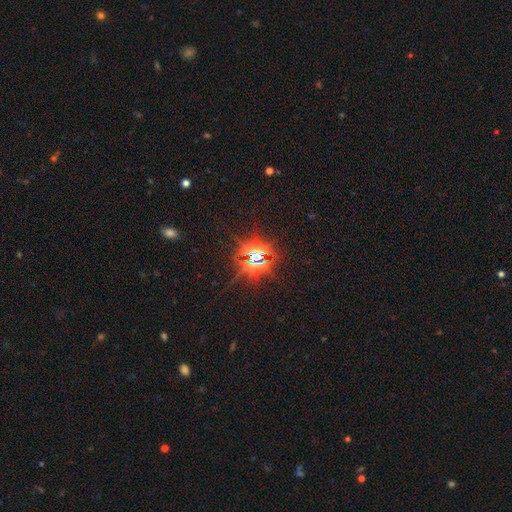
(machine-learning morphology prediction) Smooth or featured?
  - star or artifact: 84% *
  - smooth: 8%
  - featured or disk: 8%